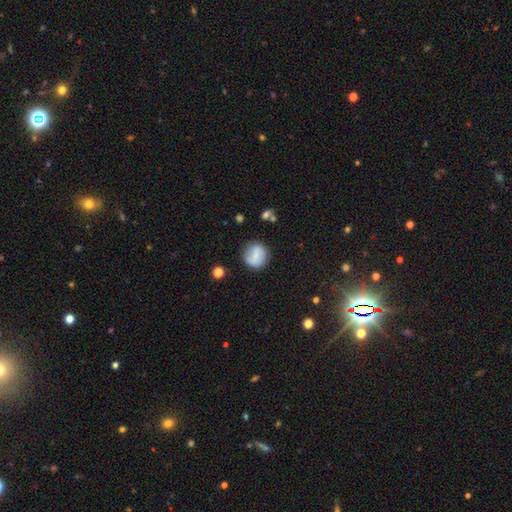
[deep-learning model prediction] Q: Smooth or featured?
A: smooth (65%); runner-up: featured or disk (26%)
Q: How rounded?
A: round (89%); runner-up: in between (10%)
Q: Merging?
A: none (79%); runner-up: minor disturbance (14%)